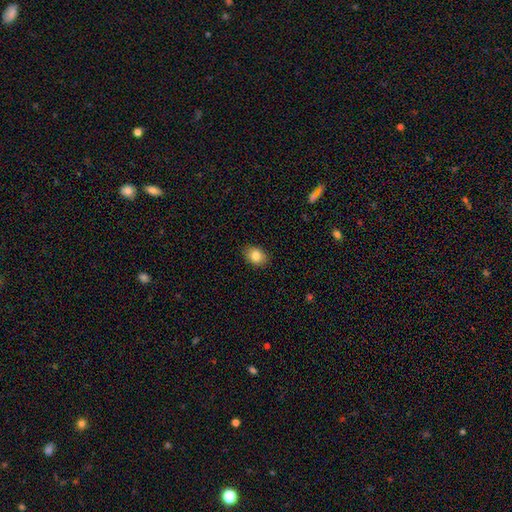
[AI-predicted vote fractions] A smooth galaxy with no disk features (84%) that is in between round and cigar-shaped (67%).

Vote fractions:
- Smooth or featured? smooth: 84% / star or artifact: 9% / featured or disk: 7%
- How rounded? in between: 67% / round: 32% / cigar-shaped: 1%
- Merging? none: 88% / minor disturbance: 9% / major disturbance: 2% / merger: 1%